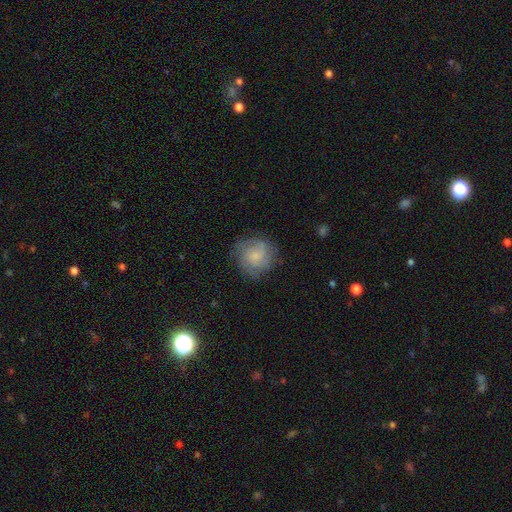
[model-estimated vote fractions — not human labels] A featured or disk galaxy (48%).

Vote fractions:
- Smooth or featured? featured or disk: 48% / smooth: 44% / star or artifact: 8%
- Merging? none: 75% / minor disturbance: 17% / major disturbance: 7% / merger: 1%